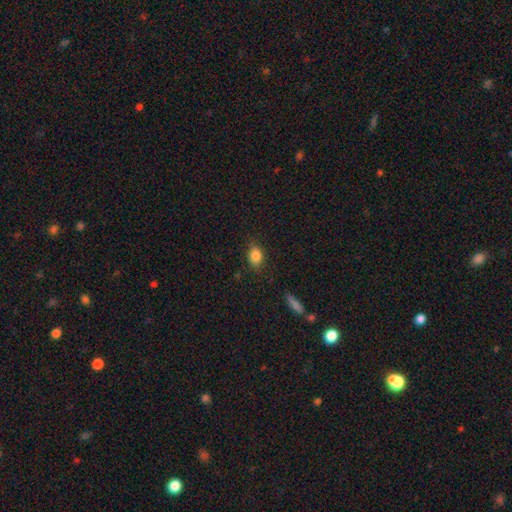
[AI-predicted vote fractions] This is clearly a smooth galaxy (84%). How rounded: likely in between (70%). Merging: clearly none (82%).